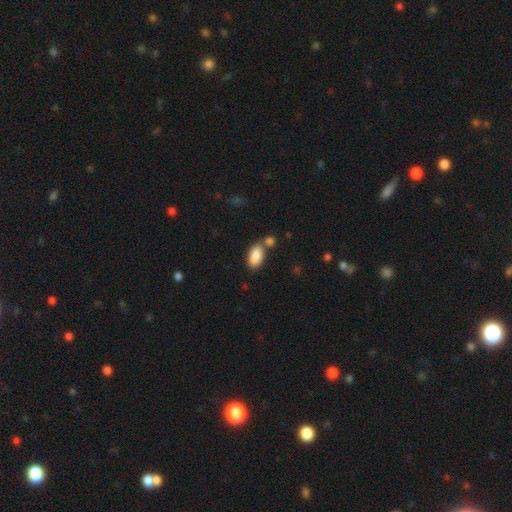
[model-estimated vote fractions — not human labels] Smooth or featured: smooth — 88% (star or artifact — 7%)
How rounded: in between — 93% (cigar-shaped — 4%)
Merging: none — 57% (merger — 26%)